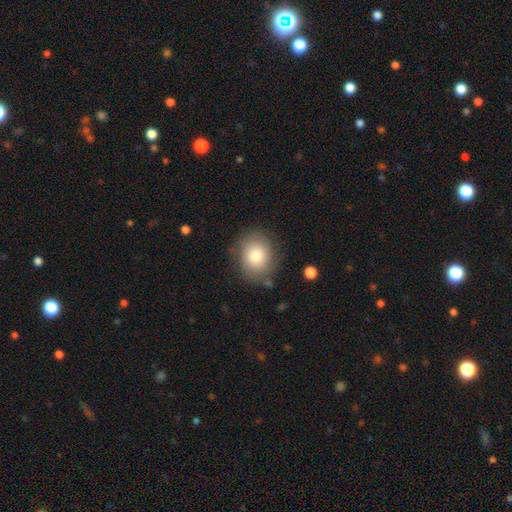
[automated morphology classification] Q: Smooth or featured?
A: smooth (81%); runner-up: featured or disk (11%)
Q: How rounded?
A: round (66%); runner-up: in between (33%)
Q: Merging?
A: none (79%); runner-up: minor disturbance (14%)